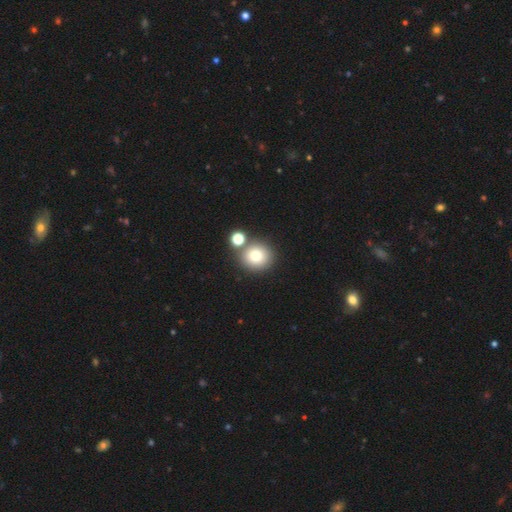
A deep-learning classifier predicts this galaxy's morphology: smooth-or-featured: smooth: 79% | star or artifact: 12% | featured or disk: 9%
  how-rounded: round: 88% | in between: 11% | cigar-shaped: 1%
  merging: none: 72% | merger: 18% | minor disturbance: 8% | major disturbance: 3%